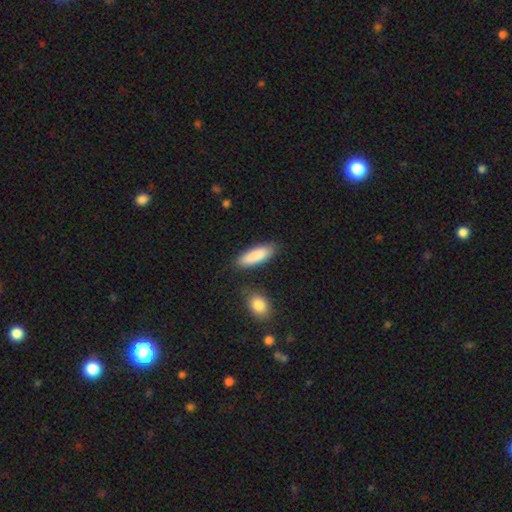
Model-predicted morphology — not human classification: The model was most divided on "how rounded": in between: 55%, cigar-shaped: 43%, round: 2%. More confident: smooth or featured — smooth (87%); merging — none (80%).